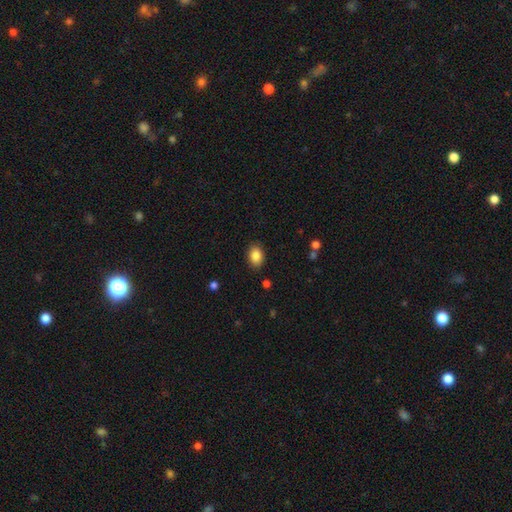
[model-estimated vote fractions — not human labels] This appears to be a smooth galaxy with no disk features (87%) that is in between round and cigar-shaped (76%). Merging: none (86%).